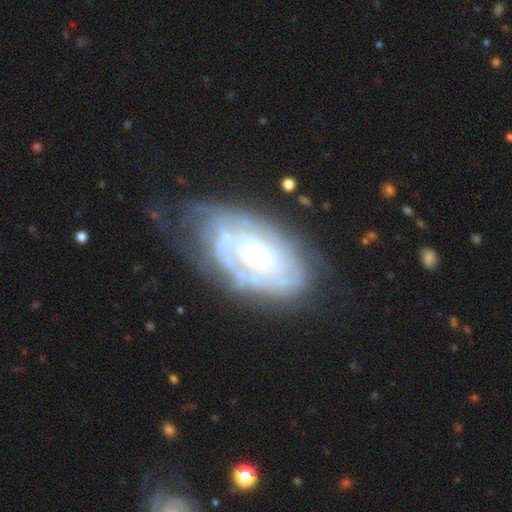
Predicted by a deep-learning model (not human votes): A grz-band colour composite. It shows a featured or disk galaxy (81%) with no bar (64%), tight (73%) spiral arms (83%) and a small central bulge (45%, tied with moderate). Merging: none (56%).